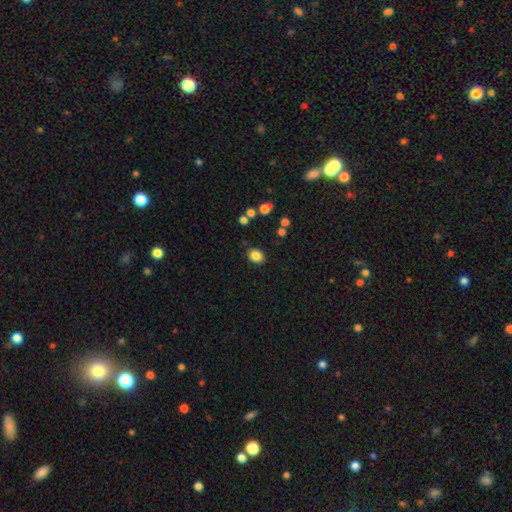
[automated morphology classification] Smooth or featured?
  - smooth: 84% *
  - star or artifact: 11%
  - featured or disk: 5%
How rounded?
  - round: 55% *
  - in between: 44%
  - cigar-shaped: 1%
Merging?
  - none: 86% *
  - minor disturbance: 9%
  - major disturbance: 3%
  - merger: 2%